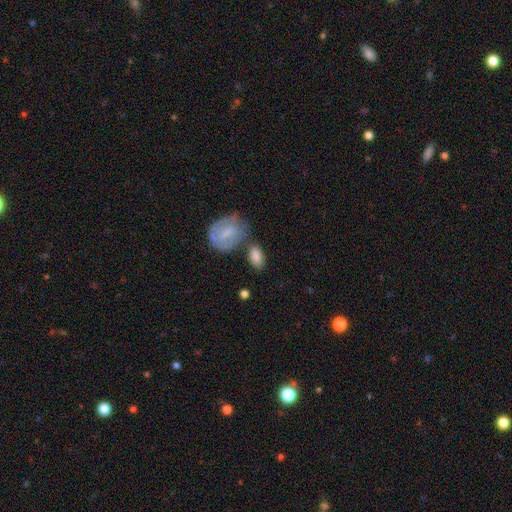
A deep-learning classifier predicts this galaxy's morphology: type=smooth (78%); roundness=in between (88%); merging=none (56%).